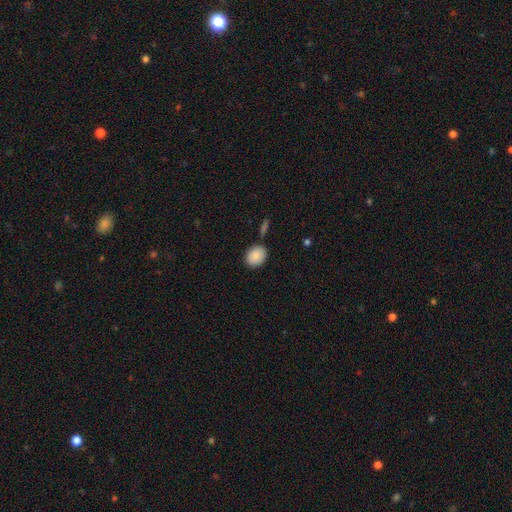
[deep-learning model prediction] Smooth or featured? Predicted: smooth (p=0.87). How rounded? Predicted: in between (p=0.52). Merging? Predicted: none (p=0.82).